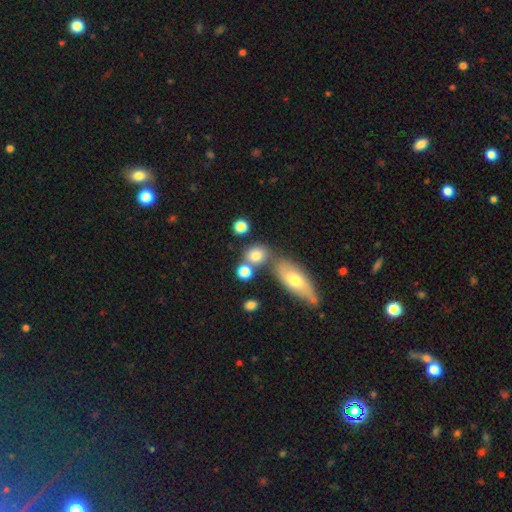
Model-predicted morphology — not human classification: Q: Smooth or featured?
A: smooth (78%); runner-up: featured or disk (11%)
Q: How rounded?
A: round (60%); runner-up: in between (36%)
Q: Merging?
A: none (57%); runner-up: merger (27%)